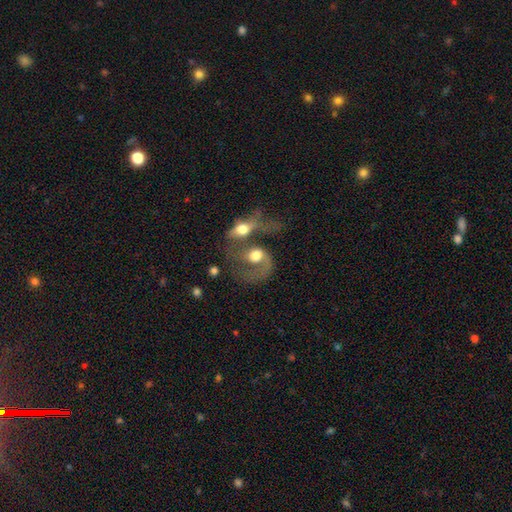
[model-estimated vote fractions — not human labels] Smooth or featured?
  - featured or disk: 62% *
  - smooth: 31%
  - star or artifact: 8%
Edge-on disk?
  - no: 95% *
  - yes: 5%
Bar?
  - no: 72% *
  - weak: 23%
  - strong: 6%
Spiral arms?
  - yes: 70% *
  - no: 30%
Bulge size?
  - moderate: 57% *
  - large: 30%
  - small: 7%
  - dominant: 3%
  - none: 2%
Merging?
  - merger: 58% *
  - major disturbance: 21%
  - none: 14%
  - minor disturbance: 7%